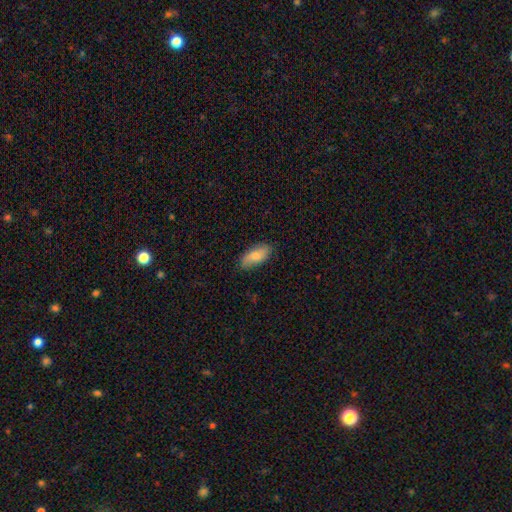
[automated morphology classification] Smooth or featured? smooth (74%)
How rounded? in between (89%)
Merging? none (79%)